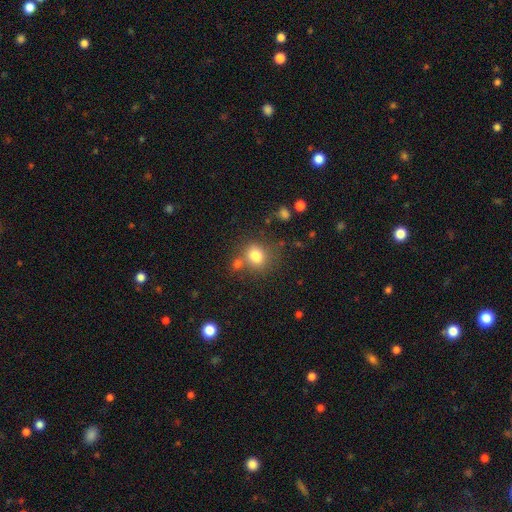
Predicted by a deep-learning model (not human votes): The model was most divided on "merging": none: 62%, merger: 19%, minor disturbance: 14%, major disturbance: 6%. More confident: smooth or featured — smooth (79%); how rounded — round (75%).